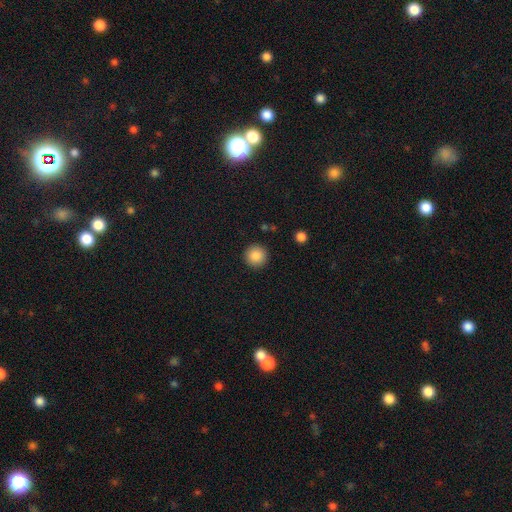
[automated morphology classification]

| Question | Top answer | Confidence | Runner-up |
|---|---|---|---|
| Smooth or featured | smooth | 87% | star or artifact (9%) |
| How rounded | round | 95% | in between (4%) |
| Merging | none | 91% | minor disturbance (5%) |